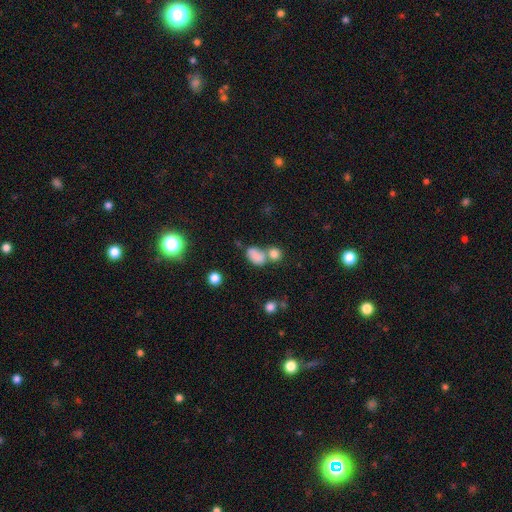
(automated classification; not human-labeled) A smooth galaxy with no disk features (79%) that is in between round and cigar-shaped (81%). Merging: merger (48%).